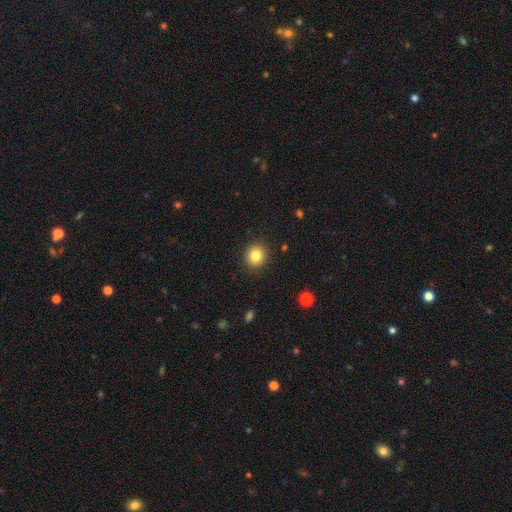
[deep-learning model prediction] This is clearly a smooth galaxy (83%). How rounded: clearly round (90%). Merging: clearly none (91%).